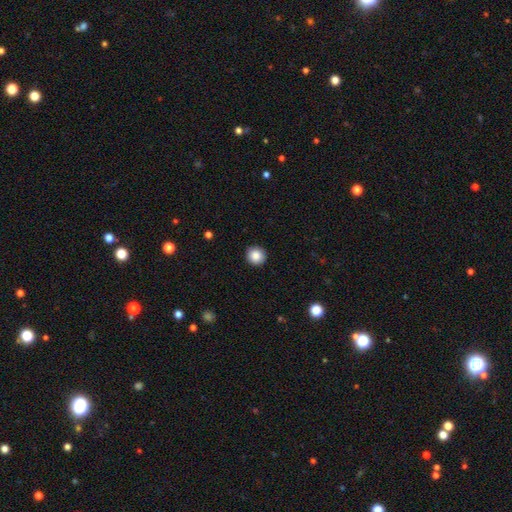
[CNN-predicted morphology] Overall: smooth (87%). How rounded: round (91%). Merging: none (92%).